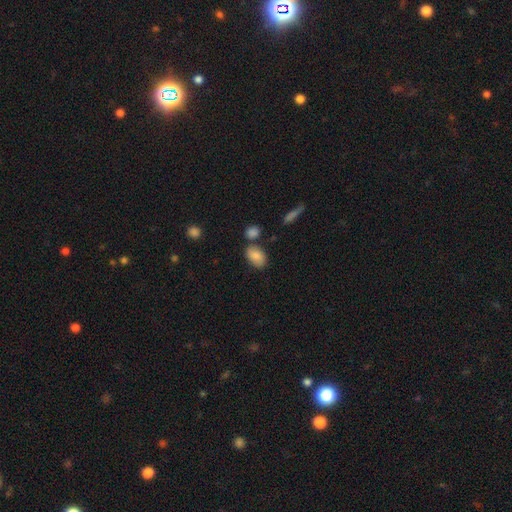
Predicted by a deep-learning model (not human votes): Q: Smooth or featured?
A: smooth (83%); runner-up: featured or disk (9%)
Q: How rounded?
A: in between (88%); runner-up: round (11%)
Q: Merging?
A: none (69%); runner-up: minor disturbance (15%)